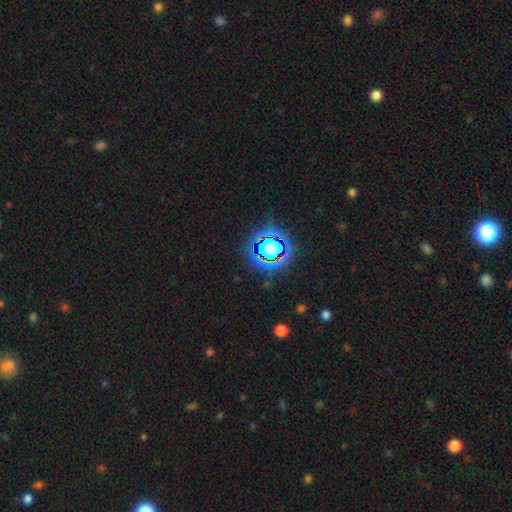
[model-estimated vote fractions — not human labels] star or artifact 81%, smooth 12%, featured or disk 6%.